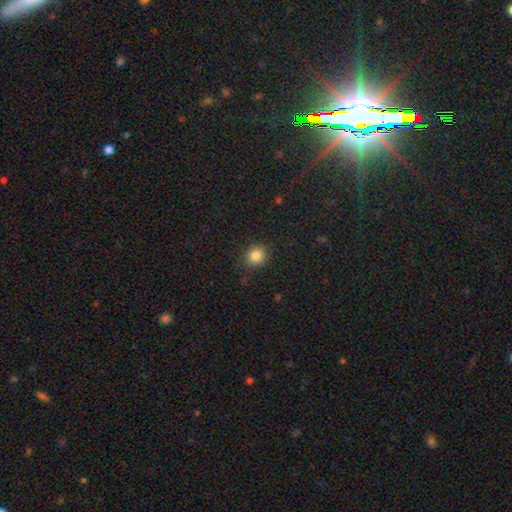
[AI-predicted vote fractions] Smooth or featured? smooth (84%)
How rounded? round (80%)
Merging? none (86%)